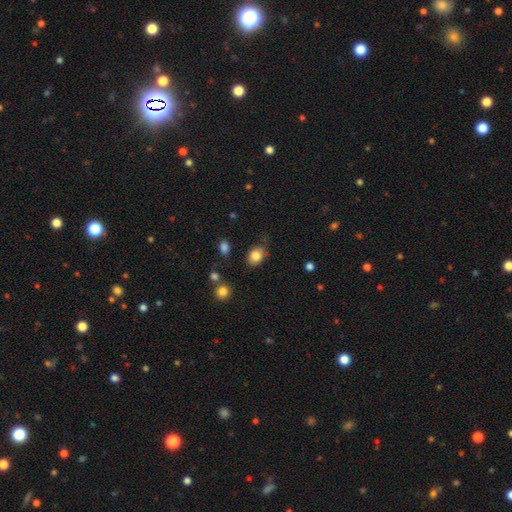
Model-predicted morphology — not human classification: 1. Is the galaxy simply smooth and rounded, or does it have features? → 84% smooth, 9% star or artifact, 7% featured or disk.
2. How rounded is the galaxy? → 58% in between, 41% round, 1% cigar-shaped.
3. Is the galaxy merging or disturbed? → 76% none, 17% minor disturbance, 4% major disturbance, 3% merger.